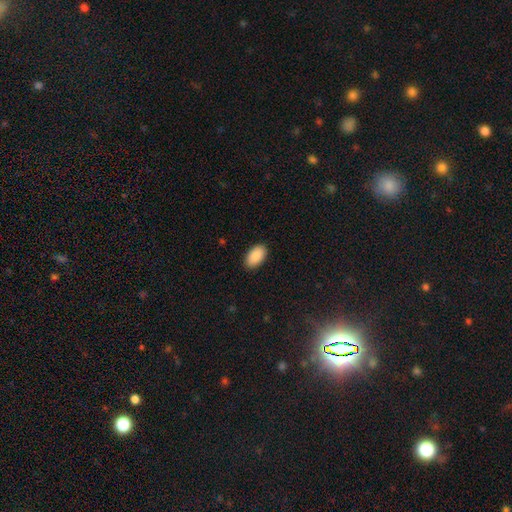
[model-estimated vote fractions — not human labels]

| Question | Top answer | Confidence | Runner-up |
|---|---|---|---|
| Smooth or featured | smooth | 91% | star or artifact (6%) |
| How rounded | in between | 95% | round (3%) |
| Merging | none | 90% | minor disturbance (8%) |